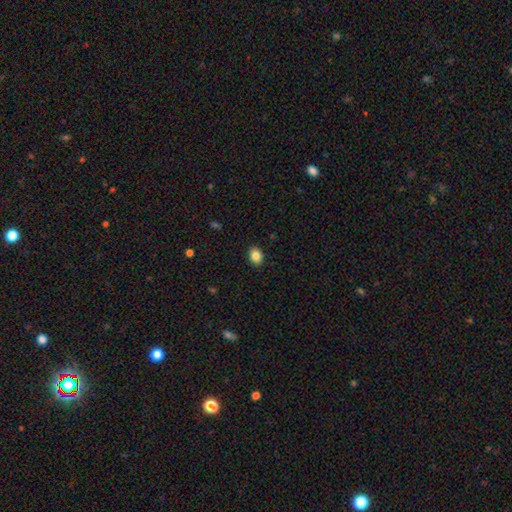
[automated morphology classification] Q: Smooth or featured?
A: smooth (86%); runner-up: star or artifact (9%)
Q: How rounded?
A: in between (69%); runner-up: round (30%)
Q: Merging?
A: none (90%); runner-up: minor disturbance (8%)